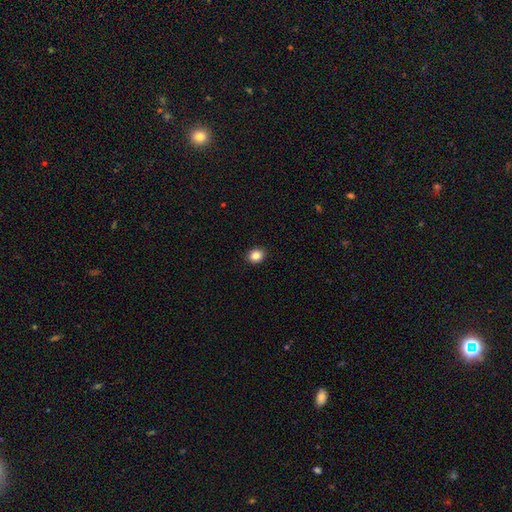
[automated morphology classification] Smooth or featured: smooth — 85% (star or artifact — 10%)
How rounded: round — 67% (in between — 33%)
Merging: none — 92% (minor disturbance — 6%)